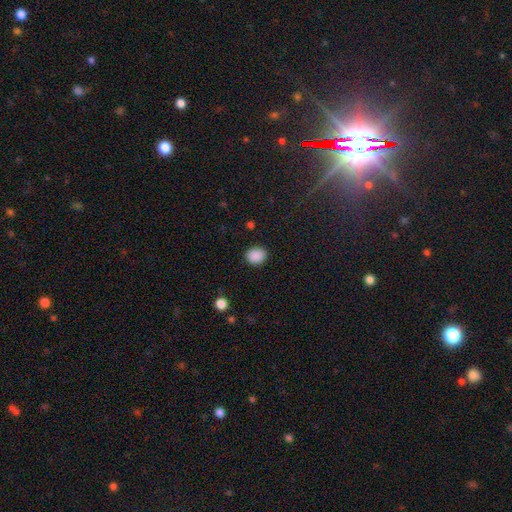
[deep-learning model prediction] smooth-or-featured: smooth: 89% | star or artifact: 9% | featured or disk: 3%
  how-rounded: round: 70% | in between: 29% | cigar-shaped: 1%
  merging: none: 89% | minor disturbance: 7% | major disturbance: 2% | merger: 1%